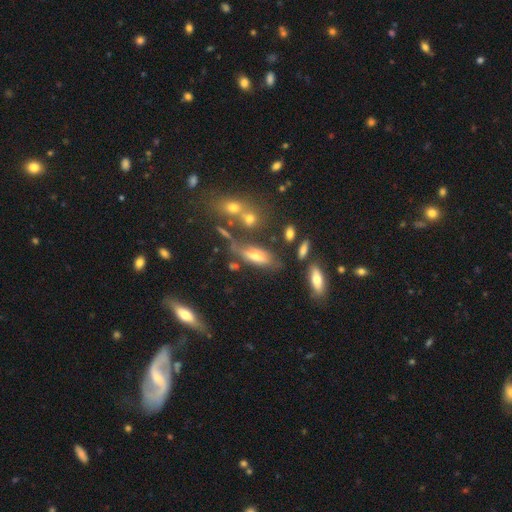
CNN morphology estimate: Smooth or featured?
  - smooth: 58% *
  - featured or disk: 28%
  - star or artifact: 13%
How rounded?
  - in between: 72% *
  - cigar-shaped: 24%
  - round: 4%
Merging?
  - none: 52% *
  - minor disturbance: 21%
  - merger: 16%
  - major disturbance: 11%